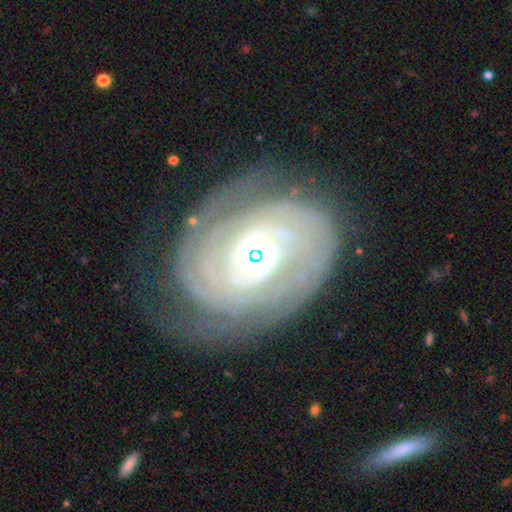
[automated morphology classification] This appears to be a featured or disk galaxy (87%) with no bar (56%), 2 (32%) tight (81%) spiral arms (97%) and a small central bulge (46%). Merging: none (70%).